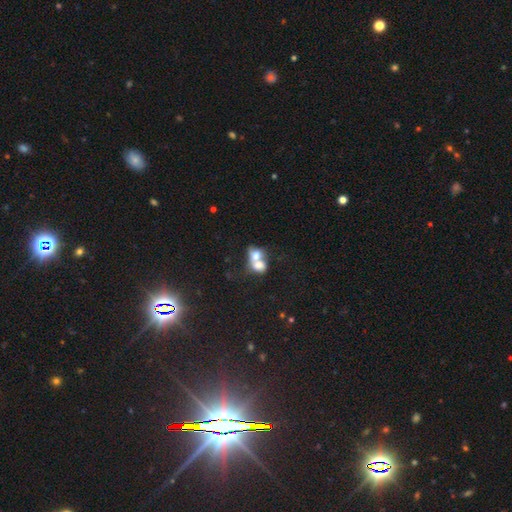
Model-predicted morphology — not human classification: This is likely a smooth galaxy (67%). How rounded: possibly in between (55%). Merging: likely merger (77%).